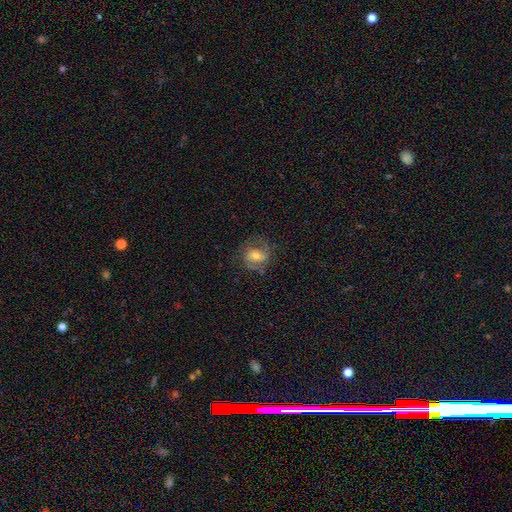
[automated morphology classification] smooth-or-featured: featured or disk: 67% | smooth: 24% | star or artifact: 9%
  disk-edge-on: no: 97% | yes: 3%
    bar: no: 43% | weak: 41% | strong: 17%
    has-spiral-arms: yes: 87% | no: 13%
      spiral-winding: medium: 48% | tight: 34% | loose: 18%
      spiral-arm-count: 2: 78% | can't tell: 12% | 1: 5% | 3: 3% | 4: 1% | more than 4: 1%
    bulge-size: moderate: 59% | small: 33% | large: 6% | none: 2% | dominant: 1%
  merging: none: 69% | minor disturbance: 17% | major disturbance: 12% | merger: 1%